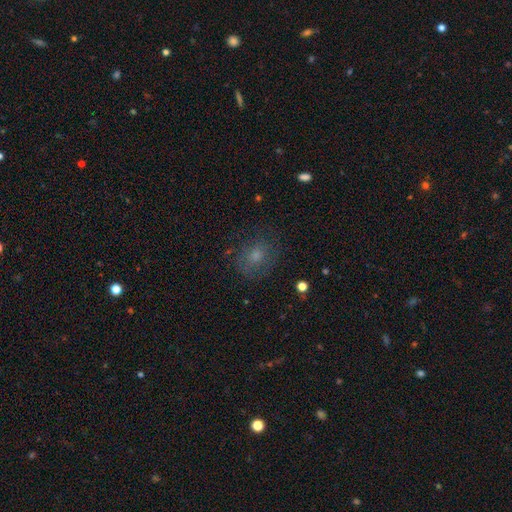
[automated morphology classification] Smooth or featured? smooth (60%)
How rounded? round (64%)
Merging? none (71%)